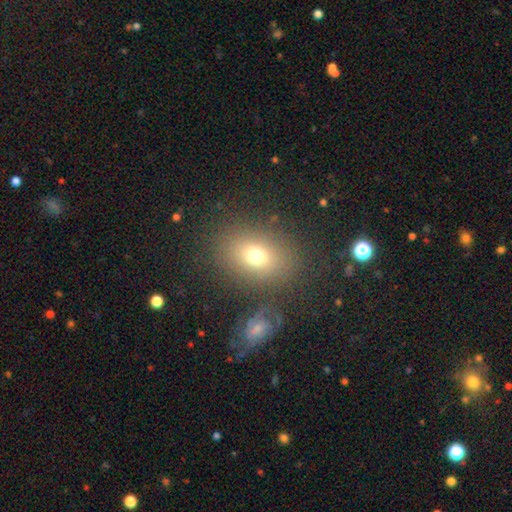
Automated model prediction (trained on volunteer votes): This appears to be a smooth galaxy with no disk features (71%) that is in between round and cigar-shaped (65%). Merging: none (79%).